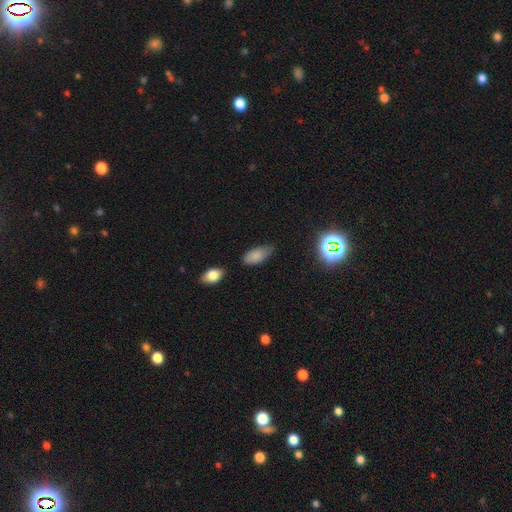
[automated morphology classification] Smooth or featured?
  - smooth: 81% *
  - star or artifact: 11%
  - featured or disk: 8%
How rounded?
  - in between: 91% *
  - cigar-shaped: 6%
  - round: 3%
Merging?
  - none: 61% *
  - minor disturbance: 29%
  - major disturbance: 6%
  - merger: 4%